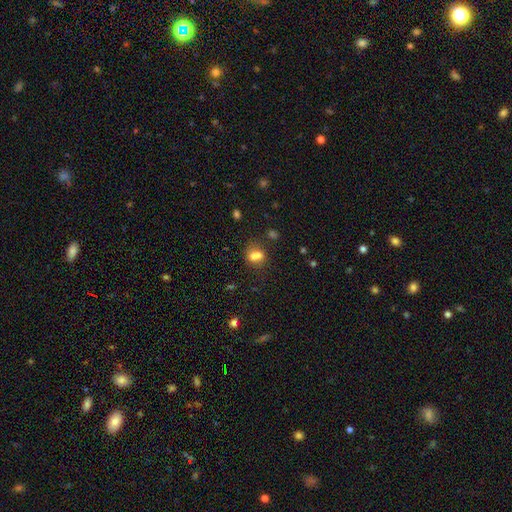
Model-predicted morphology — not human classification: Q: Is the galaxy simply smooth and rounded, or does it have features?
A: smooth — 69%.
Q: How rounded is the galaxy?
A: round — 55%.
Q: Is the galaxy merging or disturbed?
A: merger — 52%.